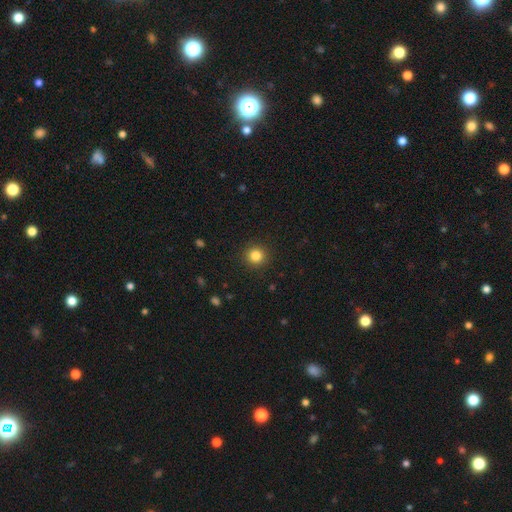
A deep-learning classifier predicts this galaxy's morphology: Q: Smooth or featured?
A: smooth (84%); runner-up: star or artifact (12%)
Q: How rounded?
A: round (94%); runner-up: in between (5%)
Q: Merging?
A: none (92%); runner-up: minor disturbance (5%)